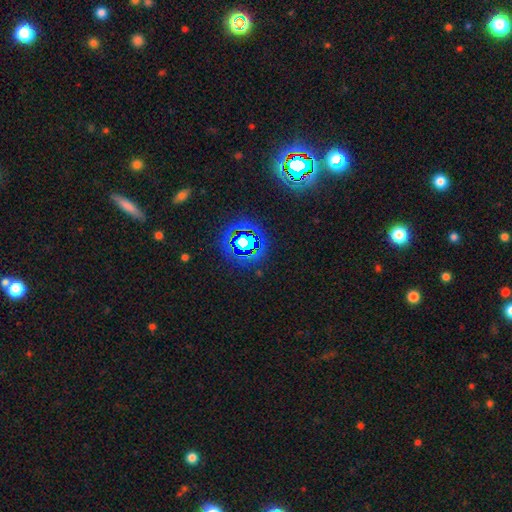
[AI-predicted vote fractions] smooth_or_featured: star or artifact (p=0.75) [alt: smooth p=0.16]